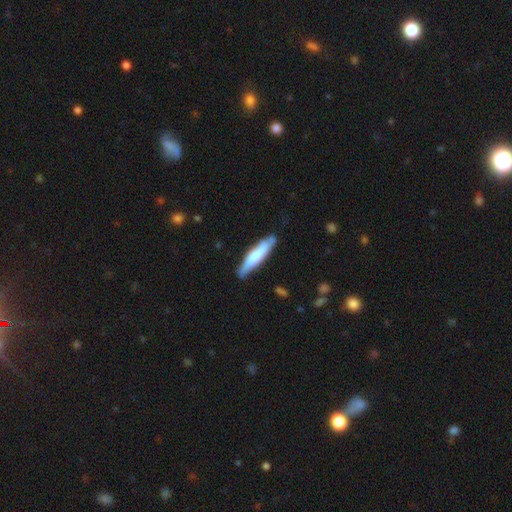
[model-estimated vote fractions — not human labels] smooth-or-featured: smooth: 60% | featured or disk: 35% | star or artifact: 5%
  how-rounded: cigar-shaped: 82% | in between: 17% | round: 1%
  merging: none: 74% | minor disturbance: 20% | major disturbance: 3% | merger: 3%